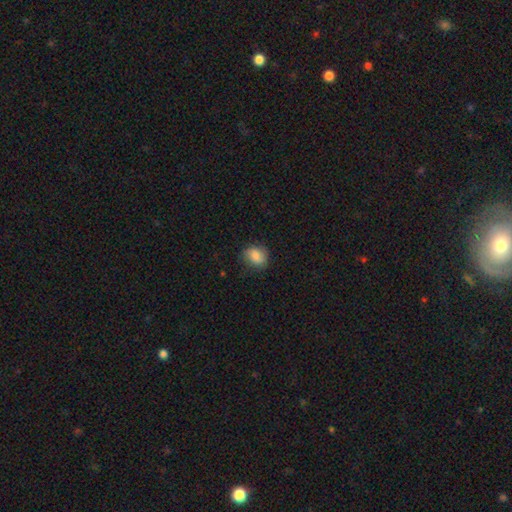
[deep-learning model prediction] This appears to be a smooth galaxy with no disk features (81%) that is round (56%). Merging: none (73%).